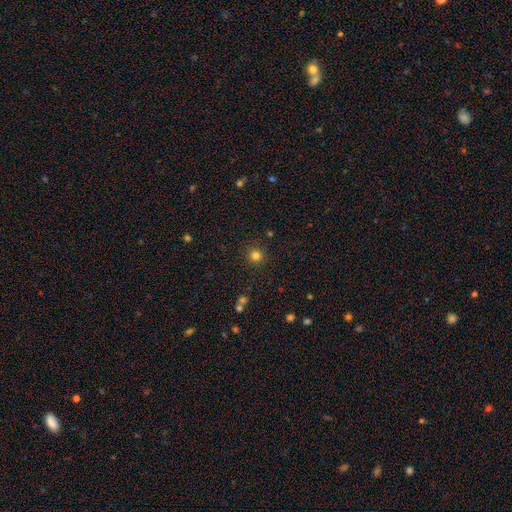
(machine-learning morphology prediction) This appears to be a smooth galaxy with no disk features (80%) that is round (94%). Merging: none (90%).